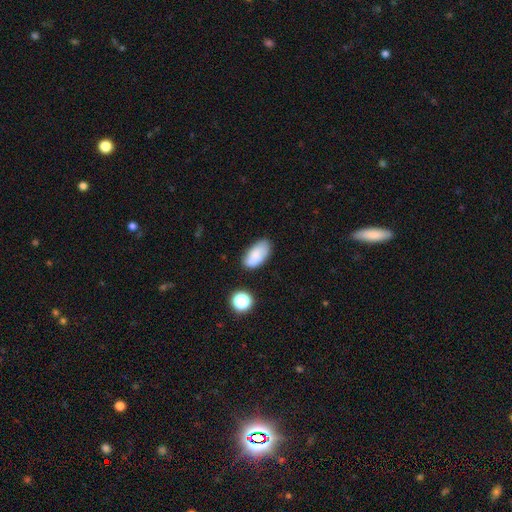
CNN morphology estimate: This appears to be a smooth galaxy with no disk features (76%) that is in between round and cigar-shaped (93%). Merging: none (72%).